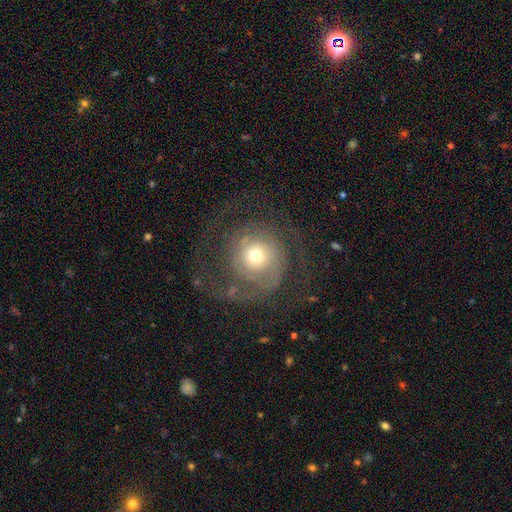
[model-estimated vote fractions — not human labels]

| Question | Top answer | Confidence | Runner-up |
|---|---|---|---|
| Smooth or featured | featured or disk | 63% | smooth (29%) |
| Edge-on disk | no | 97% | yes (3%) |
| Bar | no | 83% | weak (13%) |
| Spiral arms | yes | 72% | no (28%) |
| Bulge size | moderate | 53% | small (35%) |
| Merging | none | 51% | major disturbance (33%) |